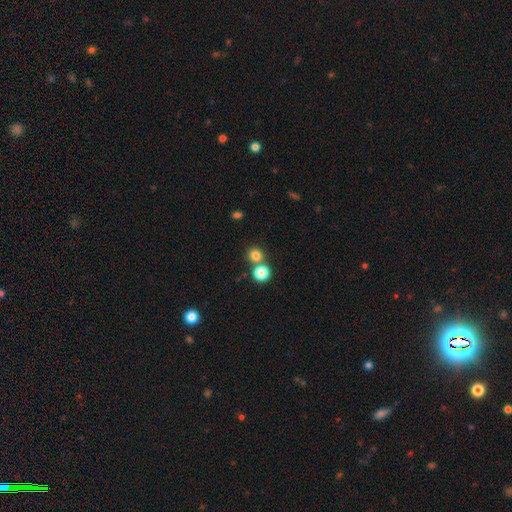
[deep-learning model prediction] The model was most divided on "merging": none: 63%, merger: 28%, minor disturbance: 6%, major disturbance: 3%. More confident: how rounded — round (89%); smooth or featured — smooth (79%).